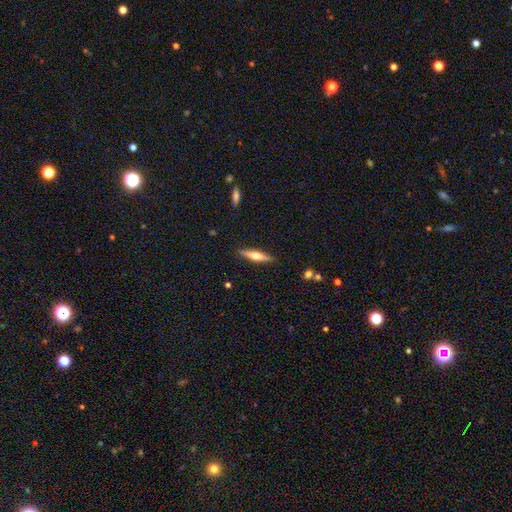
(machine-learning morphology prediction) Smooth or featured: featured or disk — 52% (smooth — 42%)
Edge-on disk: yes — 95% (no — 5%)
Merging: none — 88% (minor disturbance — 8%)